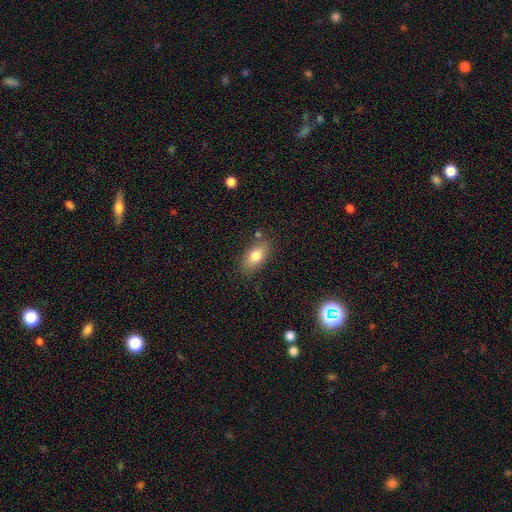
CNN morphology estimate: smooth-or-featured: smooth: 76% | featured or disk: 16% | star or artifact: 8%
  how-rounded: in between: 87% | cigar-shaped: 7% | round: 6%
  merging: none: 79% | minor disturbance: 14% | merger: 4% | major disturbance: 3%